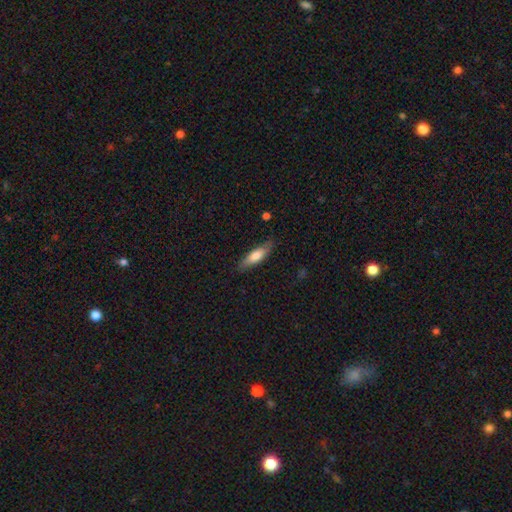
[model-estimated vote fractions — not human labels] This appears to be a smooth galaxy with no disk features (68%) that is cigar-shaped (62%). Merging: none (81%).